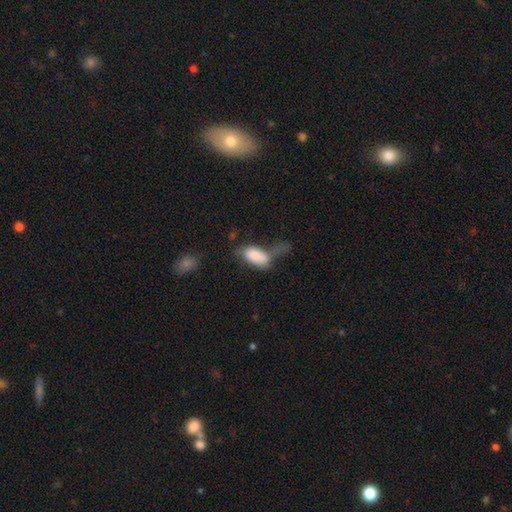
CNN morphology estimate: Smooth or featured? smooth (78%)
How rounded? in between (90%)
Merging? major disturbance (35%)